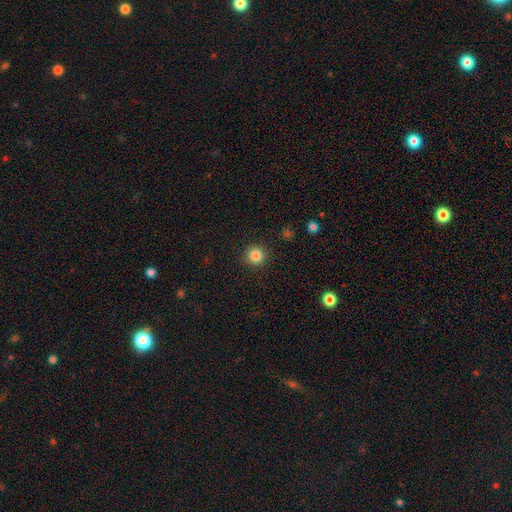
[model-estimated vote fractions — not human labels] A smooth galaxy with no disk features (85%) that is round (95%).

Vote fractions:
- Smooth or featured? smooth: 85% / star or artifact: 12% / featured or disk: 4%
- How rounded? round: 95% / in between: 4% / cigar-shaped: 1%
- Merging? none: 92% / minor disturbance: 5% / major disturbance: 2% / merger: 1%